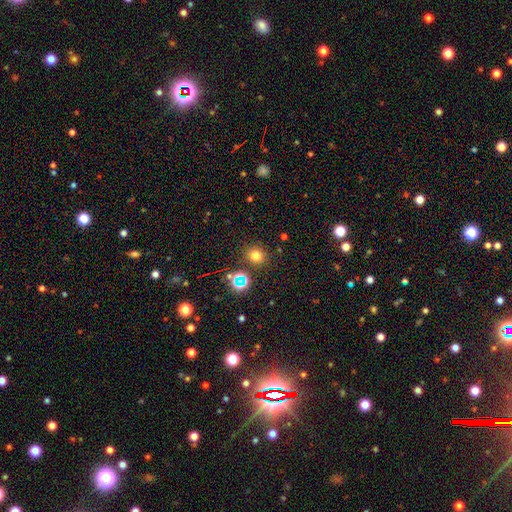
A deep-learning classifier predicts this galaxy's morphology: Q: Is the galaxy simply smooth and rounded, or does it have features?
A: smooth — 71%.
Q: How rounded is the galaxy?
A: round — 81%.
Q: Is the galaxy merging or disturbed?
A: none — 84%.